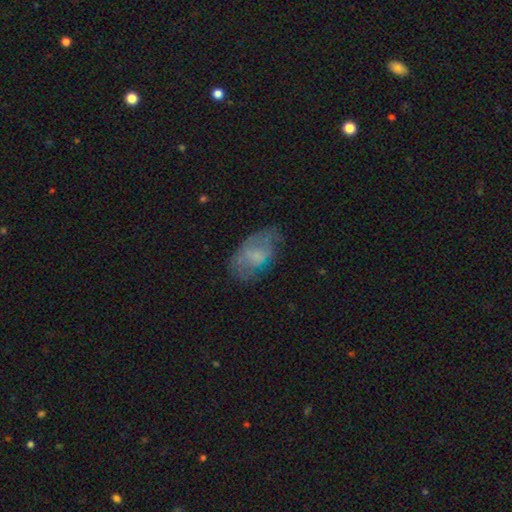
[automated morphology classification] Smooth or featured?
  - smooth: 52% *
  - featured or disk: 38%
  - star or artifact: 10%
How rounded?
  - in between: 91% *
  - round: 7%
  - cigar-shaped: 2%
Merging?
  - none: 51% *
  - minor disturbance: 28%
  - major disturbance: 20%
  - merger: 2%